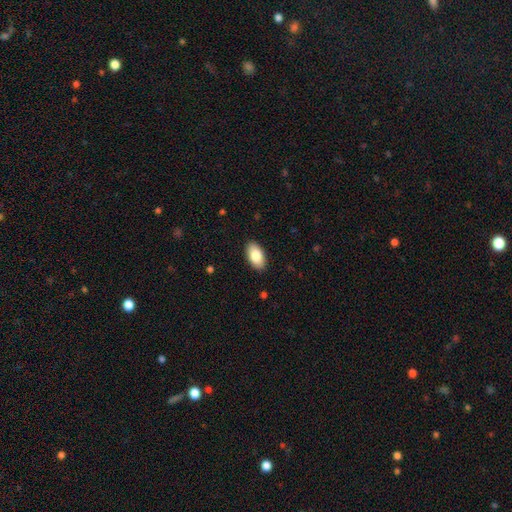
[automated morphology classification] This appears to be a smooth galaxy with no disk features (84%) that is in between round and cigar-shaped (95%). Merging: none (89%).